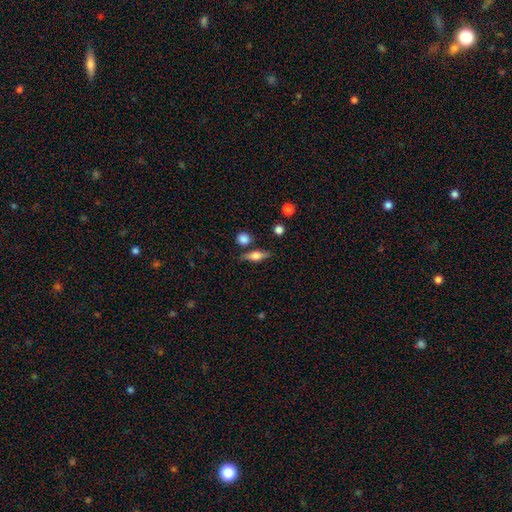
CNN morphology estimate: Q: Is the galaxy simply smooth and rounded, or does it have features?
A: featured or disk — 46%.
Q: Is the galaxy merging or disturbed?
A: none — 77%.